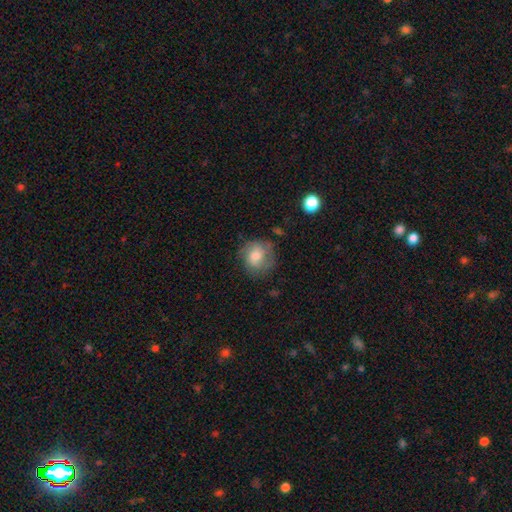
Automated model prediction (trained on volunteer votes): Smooth or featured? Predicted: smooth (p=0.57). How rounded? Predicted: round (p=0.80). Merging? Predicted: none (p=0.66).